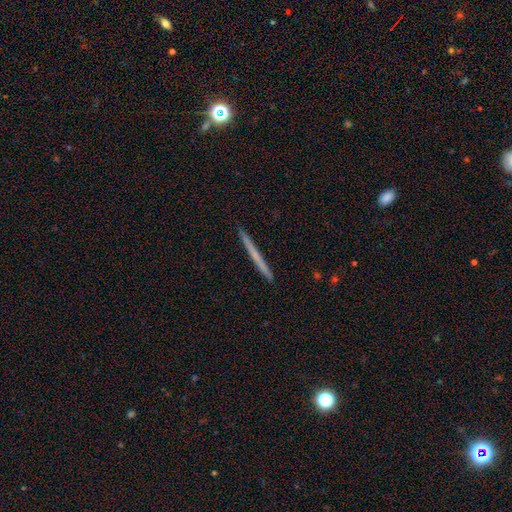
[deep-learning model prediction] This is possibly a smooth galaxy (48%). Merging: clearly none (93%).